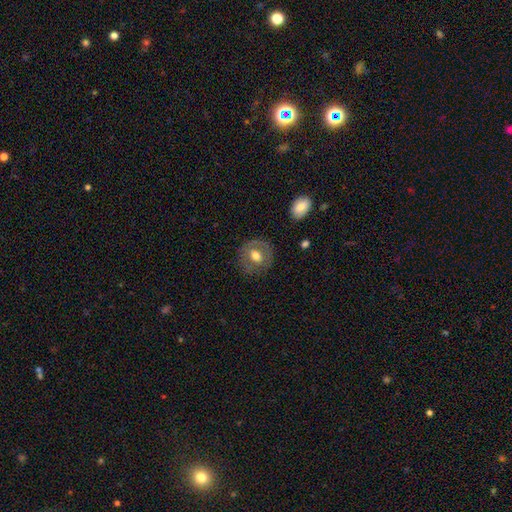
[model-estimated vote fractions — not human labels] This is possibly a smooth galaxy (54%). How rounded: likely round (75%). Merging: likely none (77%).